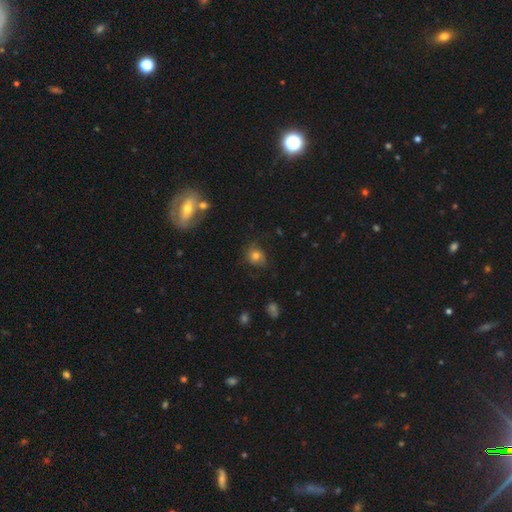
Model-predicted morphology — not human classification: This appears to be a smooth galaxy with no disk features (71%) that is round (71%). Merging: none (62%).